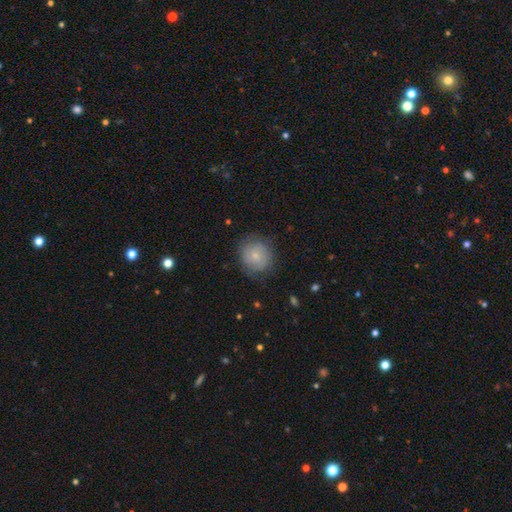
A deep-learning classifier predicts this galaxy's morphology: Smooth or featured? smooth (76%)
How rounded? round (90%)
Merging? none (77%)